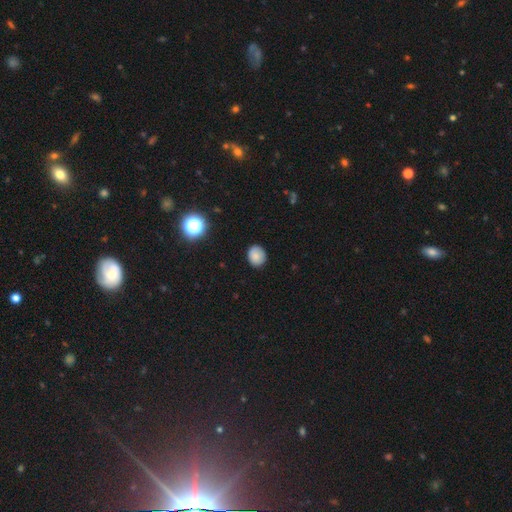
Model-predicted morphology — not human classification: Smooth or featured: smooth — 82% (star or artifact — 11%)
How rounded: round — 66% (in between — 33%)
Merging: none — 84% (minor disturbance — 12%)